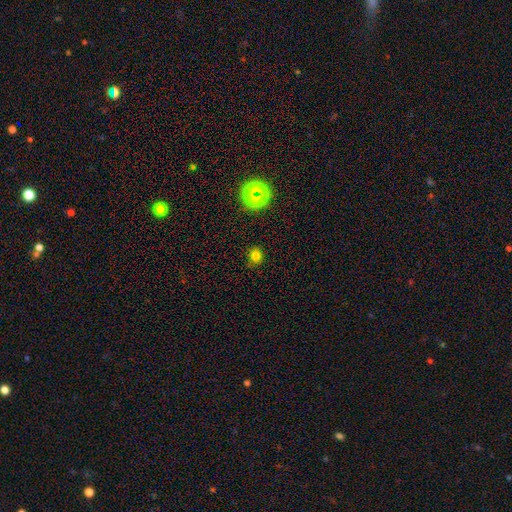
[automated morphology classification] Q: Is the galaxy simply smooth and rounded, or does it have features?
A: smooth — 74%.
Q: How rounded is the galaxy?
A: round — 80%.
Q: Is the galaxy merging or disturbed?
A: none — 85%.